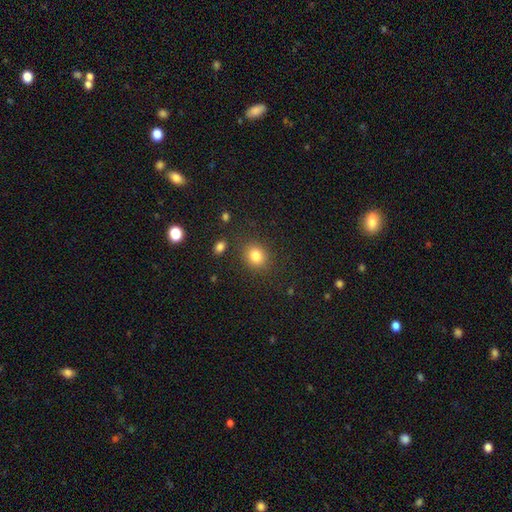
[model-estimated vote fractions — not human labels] Q: Smooth or featured?
A: smooth (82%); runner-up: star or artifact (11%)
Q: How rounded?
A: round (64%); runner-up: in between (35%)
Q: Merging?
A: none (83%); runner-up: minor disturbance (10%)